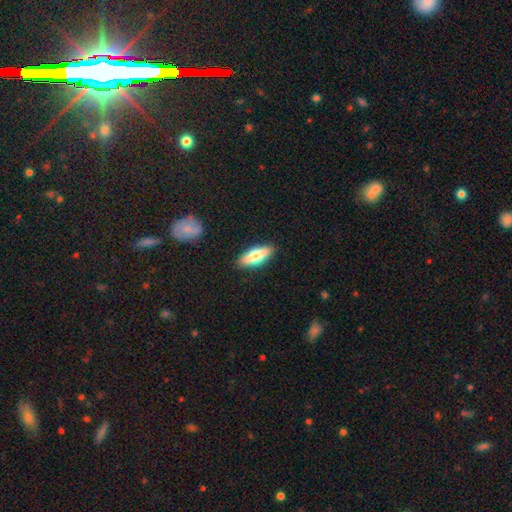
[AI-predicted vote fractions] smooth 64%, featured or disk 30%, star or artifact 6%. Down the decision tree: how rounded — in between (61%); merging — none (89%).